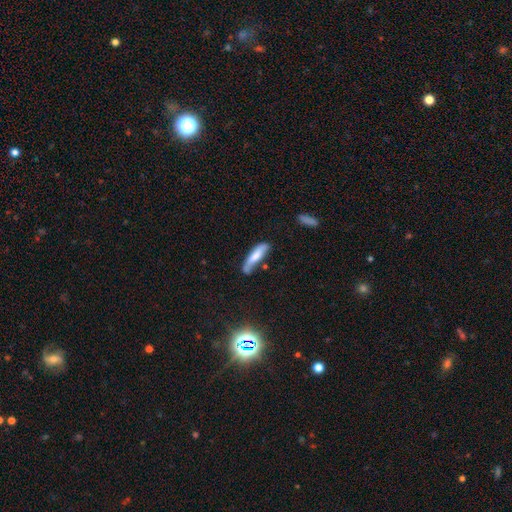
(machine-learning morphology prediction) Smooth or featured: smooth — 67% (featured or disk — 27%)
How rounded: cigar-shaped — 72% (in between — 26%)
Merging: none — 48% (minor disturbance — 31%)